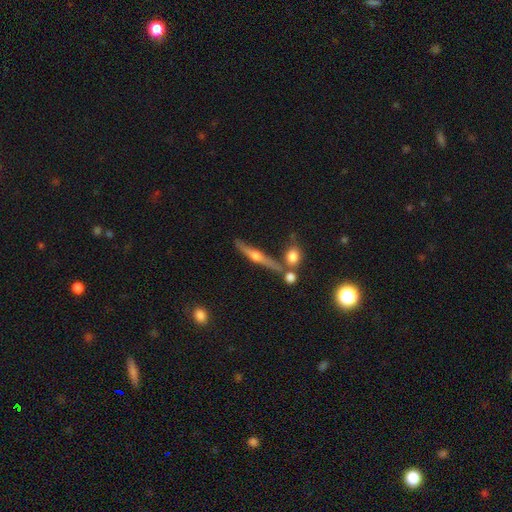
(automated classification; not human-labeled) Smooth or featured? Predicted: featured or disk (p=0.78). Edge-on disk? Predicted: yes (p=0.96). Edge-on bulge? Predicted: rounded (p=0.93). Merging? Predicted: none (p=0.75).